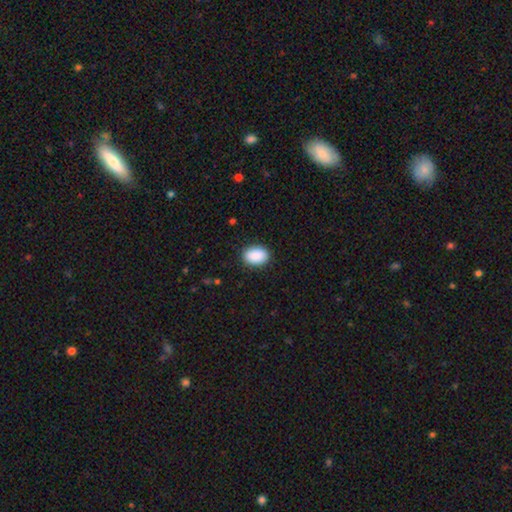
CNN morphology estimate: smooth-or-featured: smooth: 91% | star or artifact: 7% | featured or disk: 3%
  how-rounded: in between: 81% | round: 18% | cigar-shaped: 1%
  merging: none: 89% | minor disturbance: 8% | major disturbance: 2% | merger: 1%